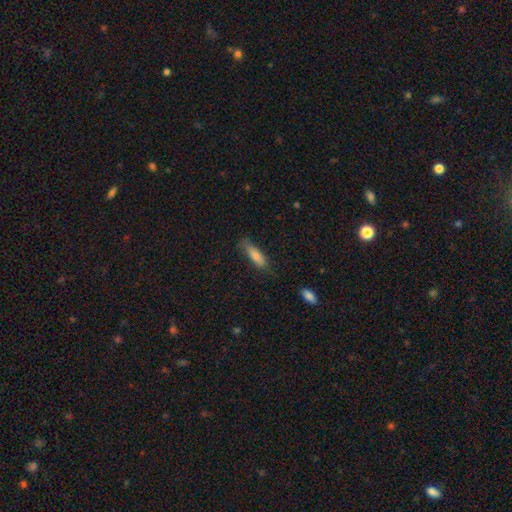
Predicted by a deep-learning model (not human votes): Smooth or featured? smooth (75%)
How rounded? cigar-shaped (61%)
Merging? none (66%)